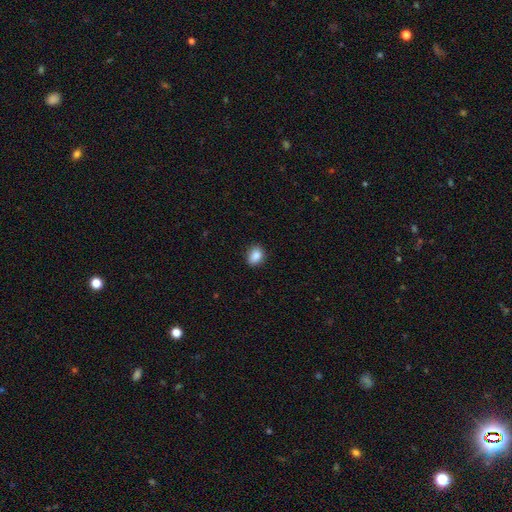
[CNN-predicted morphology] Smooth or featured? Predicted: smooth (p=0.88). How rounded? Predicted: in between (p=0.62). Merging? Predicted: none (p=0.86).